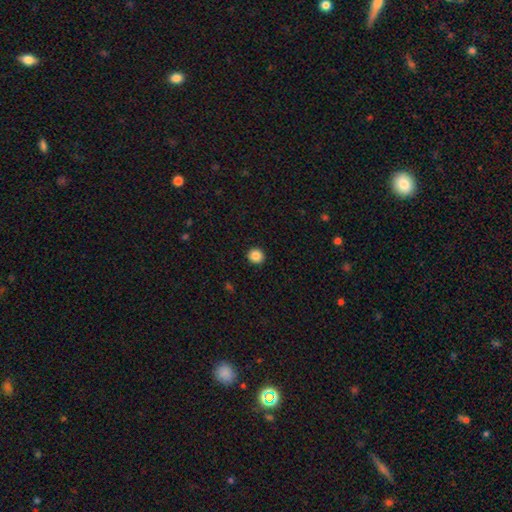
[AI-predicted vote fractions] Morphology: type=smooth (86%); roundness=round (92%); merging=none (93%).